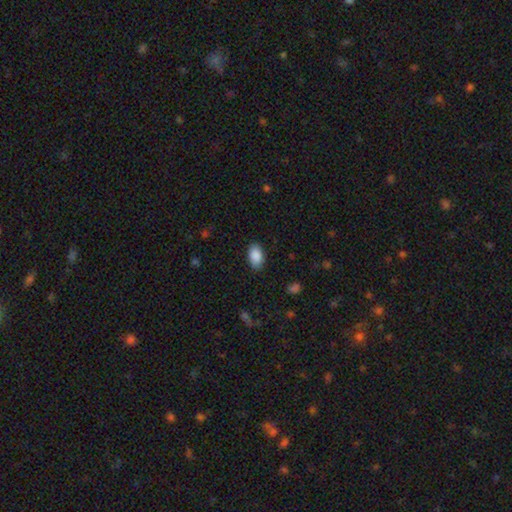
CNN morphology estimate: This appears to be a smooth galaxy with no disk features (89%) that is in between round and cigar-shaped (93%). Merging: none (86%).